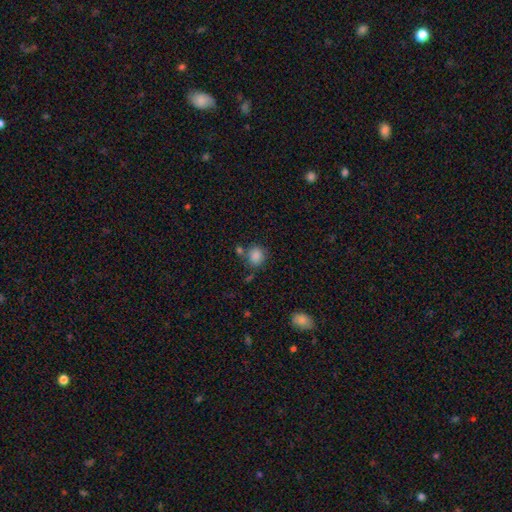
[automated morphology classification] smooth_or_featured: smooth (p=0.86) [alt: star or artifact p=0.10]
how_rounded: round (p=0.66) [alt: in between p=0.33]
merging: none (p=0.66) [alt: minor disturbance p=0.15]